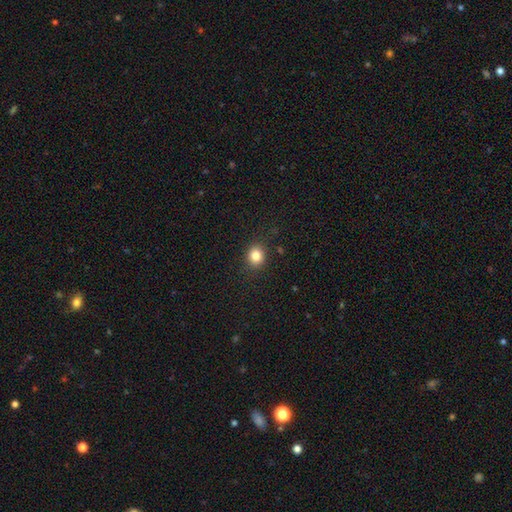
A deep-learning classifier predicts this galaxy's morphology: This appears to be a smooth galaxy with no disk features (84%) that is round (73%). Merging: none (87%).